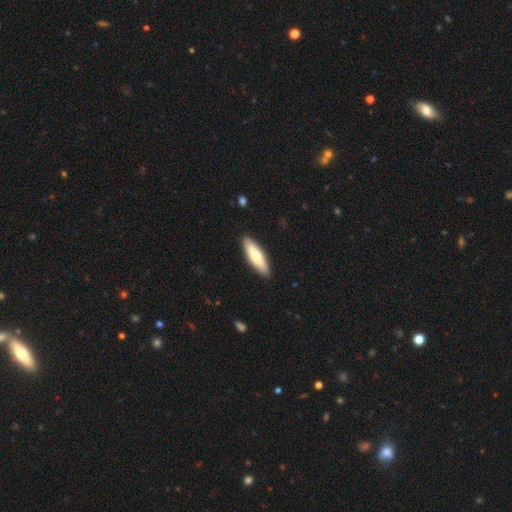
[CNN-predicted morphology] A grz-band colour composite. It shows a smooth galaxy with no disk features (75%) that is cigar-shaped (53%). Merging: none (89%).